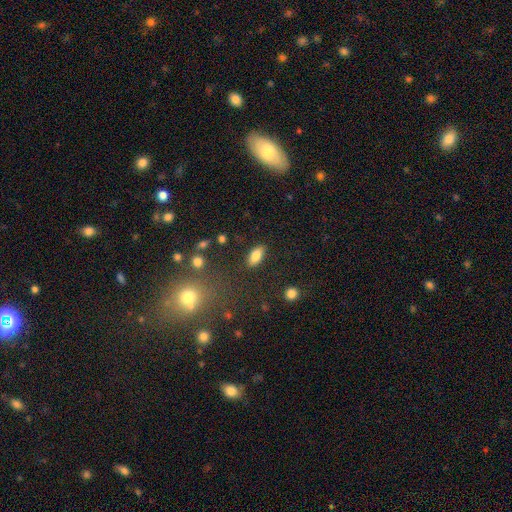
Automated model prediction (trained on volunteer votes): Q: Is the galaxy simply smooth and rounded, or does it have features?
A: smooth — 82%.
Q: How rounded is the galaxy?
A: in between — 88%.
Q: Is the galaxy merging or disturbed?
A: none — 87%.